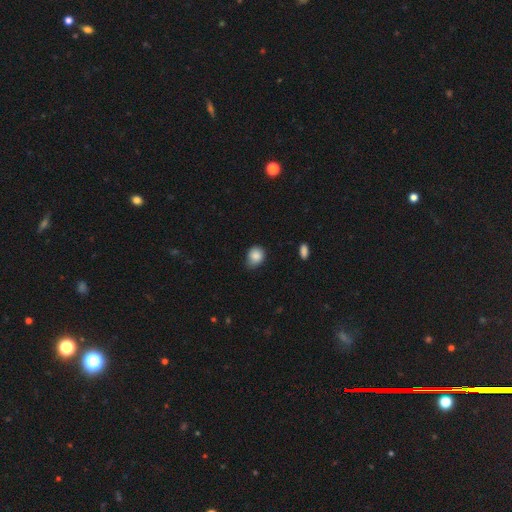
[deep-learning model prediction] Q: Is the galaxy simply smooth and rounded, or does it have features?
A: smooth — 86%.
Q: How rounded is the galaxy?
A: round — 56%.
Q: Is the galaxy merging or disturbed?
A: none — 51%.